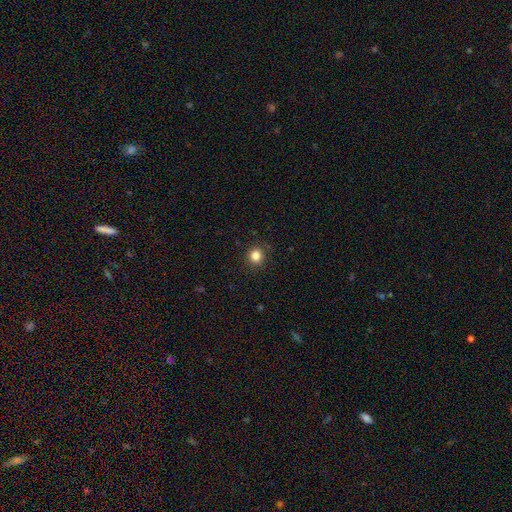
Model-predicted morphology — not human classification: A smooth galaxy with no disk features (84%) that is round (90%). Merging: none (90%).